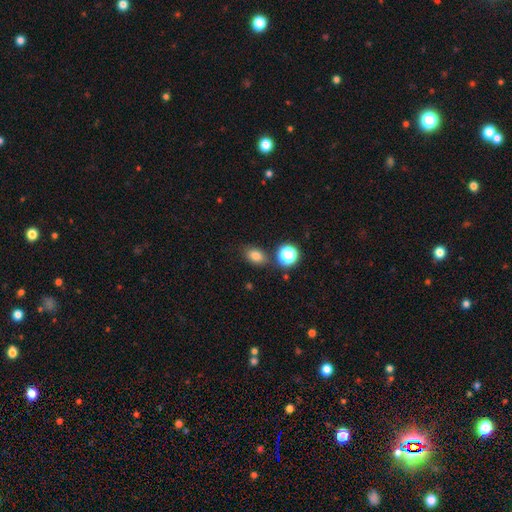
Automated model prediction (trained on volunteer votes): The model was most divided on "how rounded": in between: 73%, round: 25%, cigar-shaped: 1%. More confident: merging — none (77%); smooth or featured — smooth (77%).